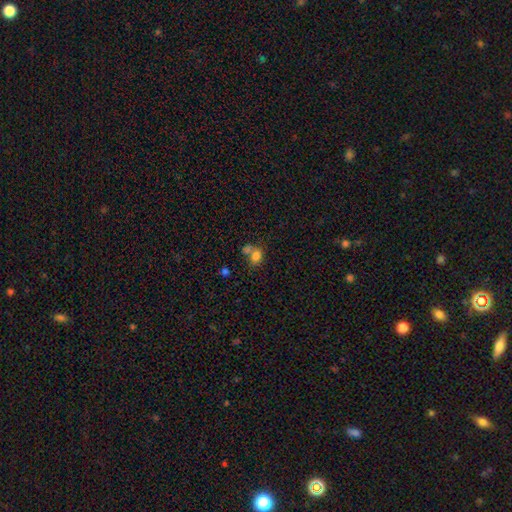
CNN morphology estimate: Smooth or featured? smooth (59%)
How rounded? round (67%)
Merging? none (48%)